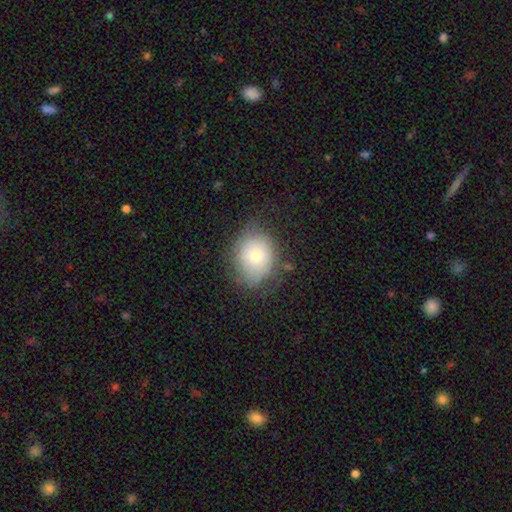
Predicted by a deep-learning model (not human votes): smooth_or_featured: smooth (p=0.71) [alt: featured or disk p=0.21]
how_rounded: in between (p=0.51) [alt: round p=0.48]
merging: none (p=0.64) [alt: minor disturbance p=0.26]